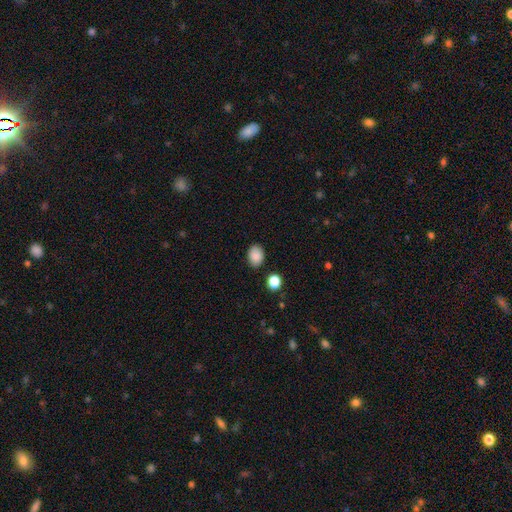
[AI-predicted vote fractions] This appears to be a smooth galaxy with no disk features (87%) that is in between round and cigar-shaped (66%). Merging: none (83%).